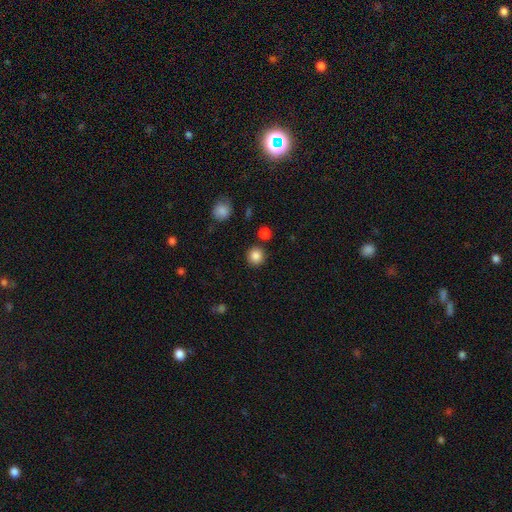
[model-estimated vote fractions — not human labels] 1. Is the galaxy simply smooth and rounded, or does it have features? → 86% smooth, 10% star or artifact, 4% featured or disk.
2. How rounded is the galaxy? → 93% round, 6% in between, 1% cigar-shaped.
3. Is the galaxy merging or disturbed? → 87% none, 6% minor disturbance, 4% merger, 2% major disturbance.